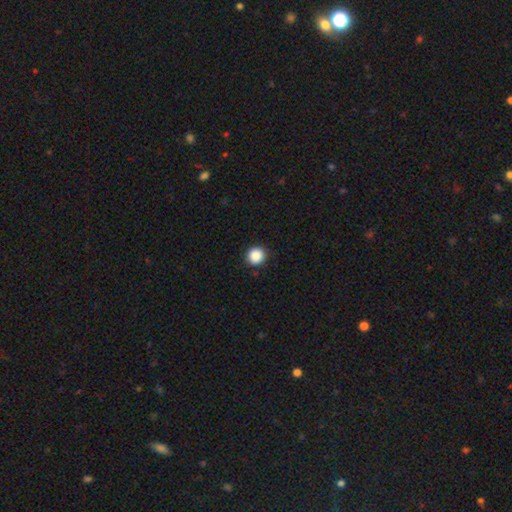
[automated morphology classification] Smooth or featured: smooth — 88% (star or artifact — 9%)
How rounded: round — 94% (in between — 5%)
Merging: none — 91% (minor disturbance — 6%)